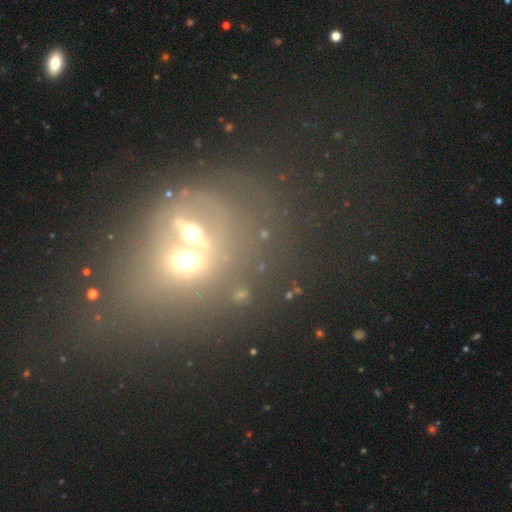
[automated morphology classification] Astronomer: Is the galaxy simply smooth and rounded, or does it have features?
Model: smooth — 36% (runner-up: star or artifact, 35%).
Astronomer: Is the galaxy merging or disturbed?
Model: merger — 51% (runner-up: none, 28%).